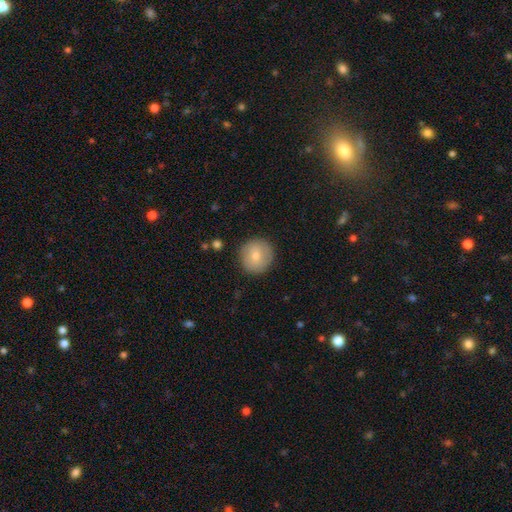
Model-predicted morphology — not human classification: A smooth galaxy with no disk features (75%) that is round (94%). Merging: none (88%).